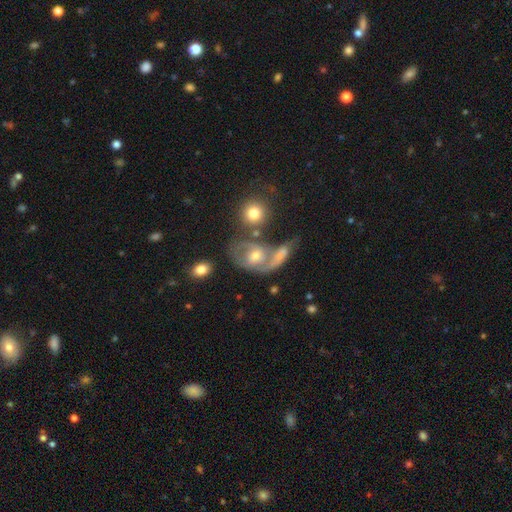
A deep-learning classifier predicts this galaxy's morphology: Smooth or featured: featured or disk — 54% (smooth — 30%)
Edge-on disk: no — 90% (yes — 10%)
Merging: merger — 41% (none — 37%)